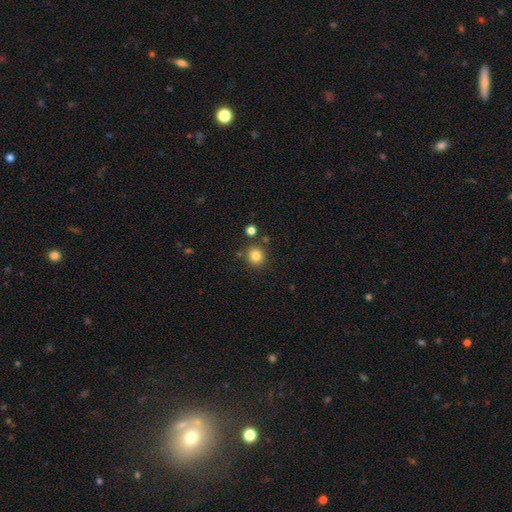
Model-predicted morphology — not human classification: This appears to be a smooth galaxy with no disk features (83%) that is round (88%). Merging: none (84%).